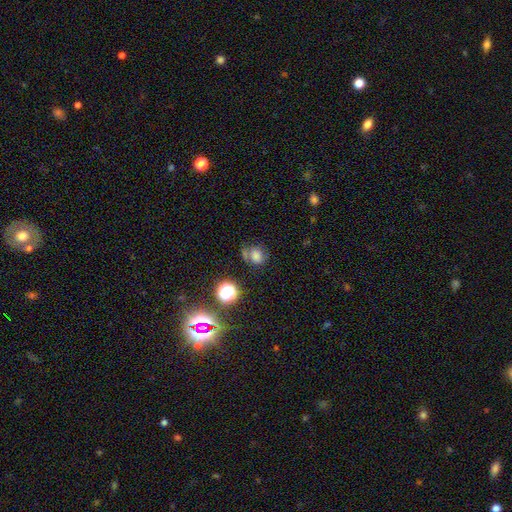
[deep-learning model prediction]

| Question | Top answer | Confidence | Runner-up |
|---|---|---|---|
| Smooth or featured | smooth | 70% | star or artifact (19%) |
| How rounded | round | 64% | in between (35%) |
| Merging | none | 51% | minor disturbance (19%) |